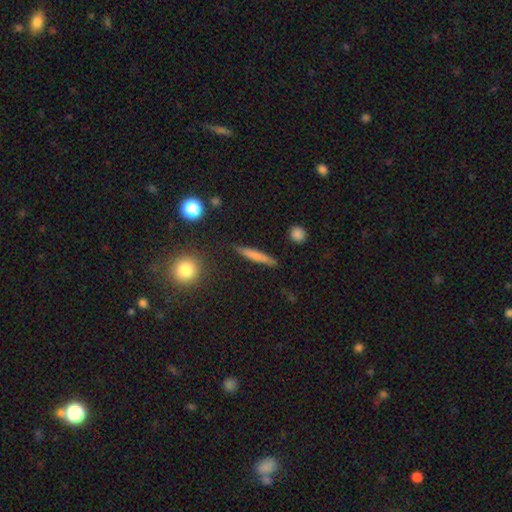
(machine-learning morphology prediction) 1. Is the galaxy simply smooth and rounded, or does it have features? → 68% smooth, 24% featured or disk, 8% star or artifact.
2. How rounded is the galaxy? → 90% cigar-shaped, 7% in between, 3% round.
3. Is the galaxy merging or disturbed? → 85% none, 11% minor disturbance, 2% major disturbance, 2% merger.